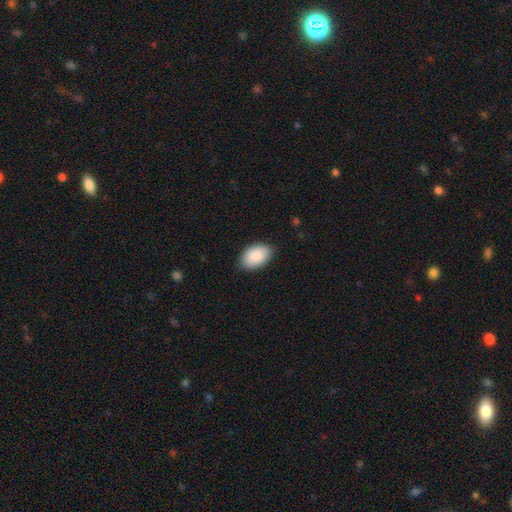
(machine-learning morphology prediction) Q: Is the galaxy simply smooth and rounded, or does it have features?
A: smooth — 90%.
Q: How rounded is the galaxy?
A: in between — 92%.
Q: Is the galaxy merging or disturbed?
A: none — 84%.